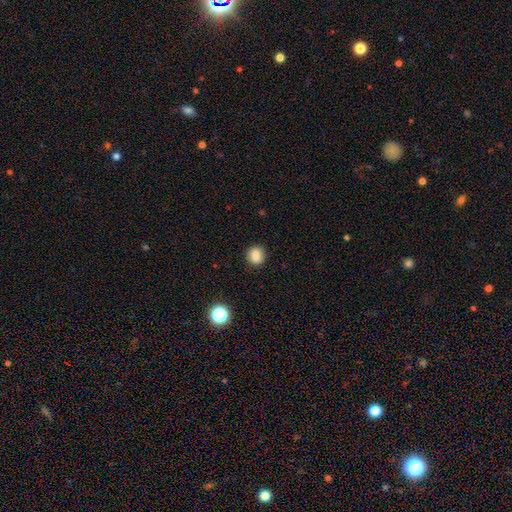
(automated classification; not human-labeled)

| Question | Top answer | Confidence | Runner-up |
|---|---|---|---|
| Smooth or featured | smooth | 85% | star or artifact (11%) |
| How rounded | round | 78% | in between (21%) |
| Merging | none | 87% | minor disturbance (9%) |